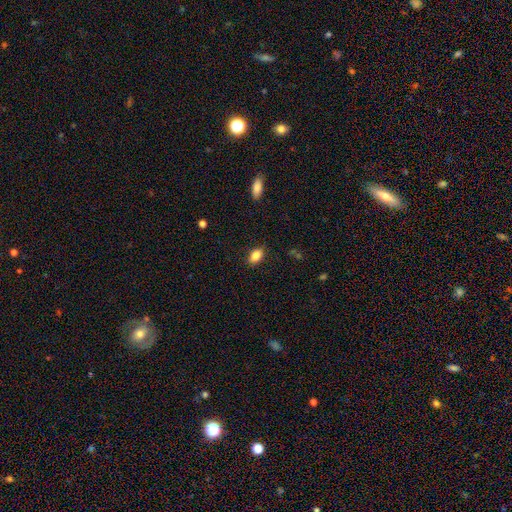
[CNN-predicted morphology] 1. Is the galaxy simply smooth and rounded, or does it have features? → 84% smooth, 9% star or artifact, 8% featured or disk.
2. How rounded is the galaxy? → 86% in between, 10% round, 3% cigar-shaped.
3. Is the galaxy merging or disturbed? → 85% none, 11% minor disturbance, 3% major disturbance, 1% merger.